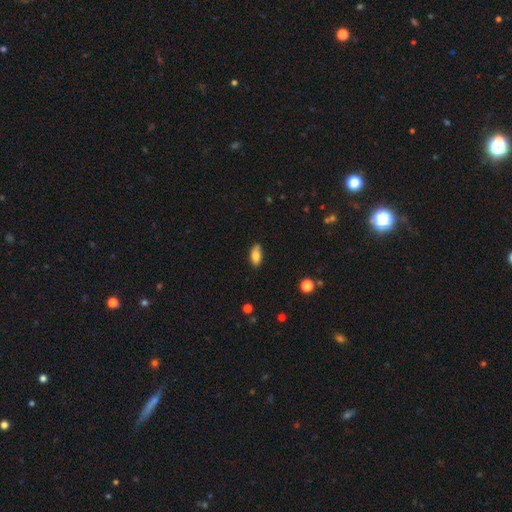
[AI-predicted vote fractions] The model was most divided on "merging": none: 75%, minor disturbance: 20%, major disturbance: 3%, merger: 2%. More confident: how rounded — in between (88%); smooth or featured — smooth (80%).